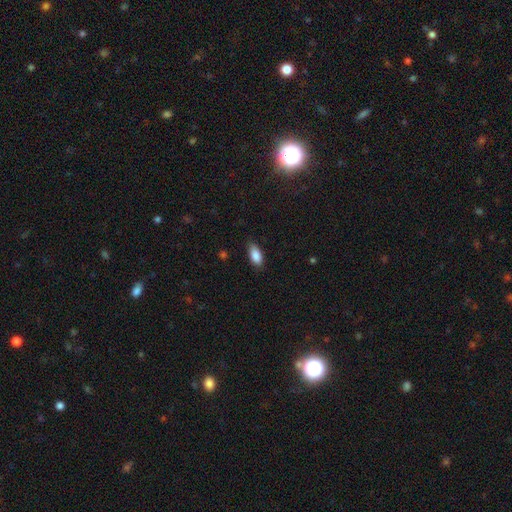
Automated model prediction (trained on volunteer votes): smooth_or_featured: smooth (p=0.88) [alt: star or artifact p=0.07]
how_rounded: in between (p=0.90) [alt: cigar-shaped p=0.08]
merging: none (p=0.80) [alt: minor disturbance p=0.17]